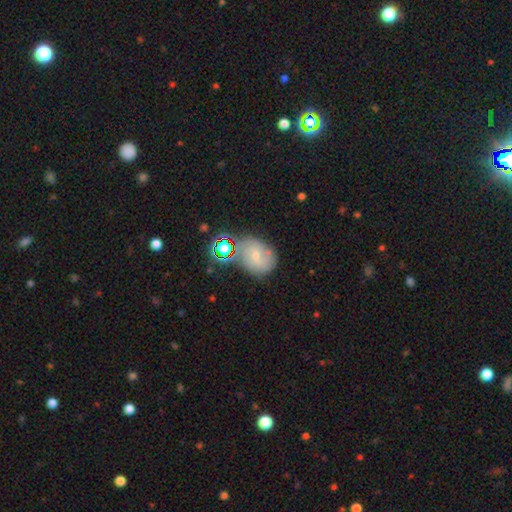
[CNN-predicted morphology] The model was most divided on "smooth or featured": featured or disk: 51%, smooth: 32%, star or artifact: 17%. More confident: edge-on disk — no (96%); merging — none (61%).